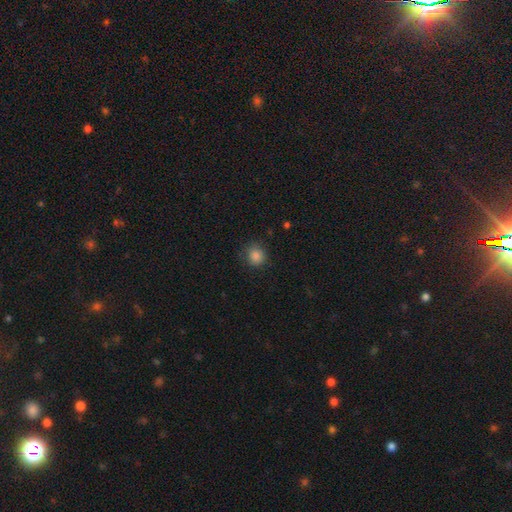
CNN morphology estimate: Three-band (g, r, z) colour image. It shows a smooth galaxy with no disk features (85%) that is round (87%). Merging: none (82%).